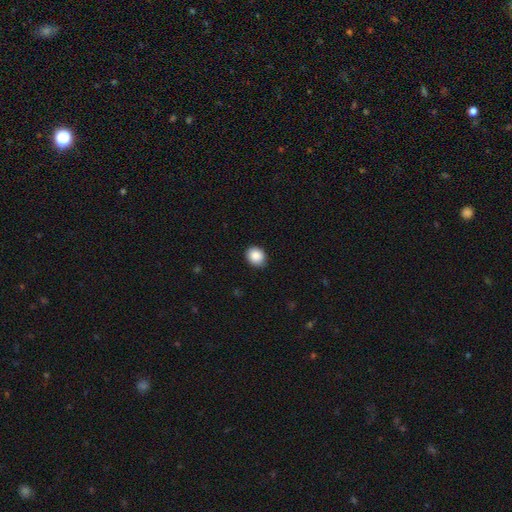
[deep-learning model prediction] Q: Smooth or featured?
A: smooth (87%); runner-up: star or artifact (8%)
Q: How rounded?
A: round (71%); runner-up: in between (28%)
Q: Merging?
A: none (86%); runner-up: minor disturbance (11%)